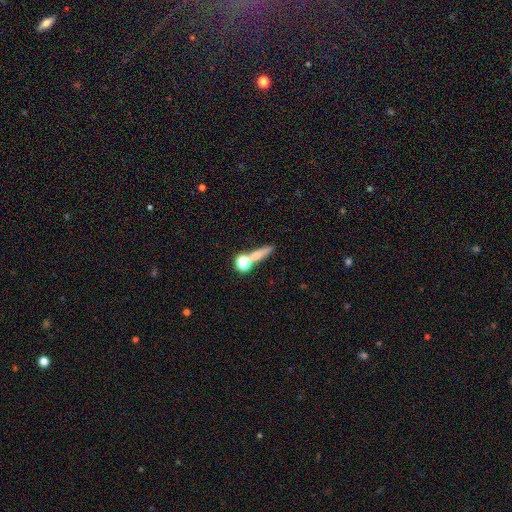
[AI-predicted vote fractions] smooth-or-featured: smooth: 61% | featured or disk: 21% | star or artifact: 18%
  how-rounded: cigar-shaped: 49% | round: 29% | in between: 23%
  merging: none: 54% | merger: 28% | minor disturbance: 10% | major disturbance: 7%